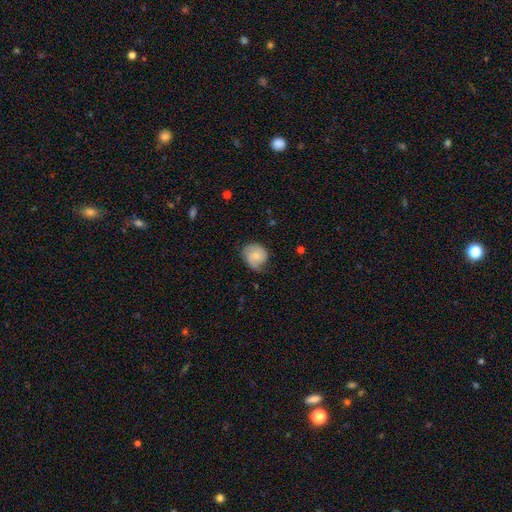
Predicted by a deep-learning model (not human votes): A featured or disk galaxy (47%).

Vote fractions:
- Smooth or featured? featured or disk: 47% / smooth: 46% / star or artifact: 7%
- Merging? none: 56% / minor disturbance: 32% / major disturbance: 11% / merger: 1%